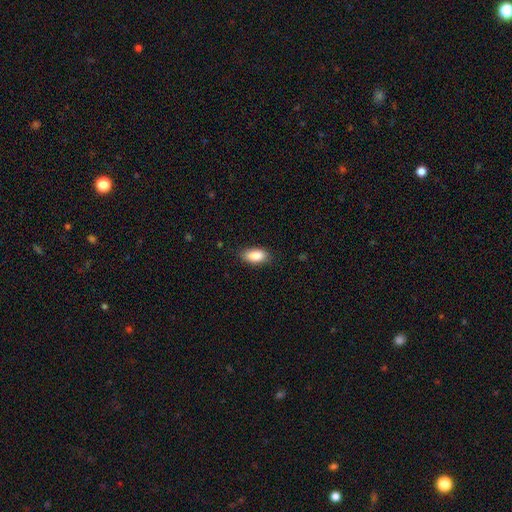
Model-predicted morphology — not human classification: A smooth galaxy with no disk features (88%) that is in between round and cigar-shaped (91%). Merging: none (82%).